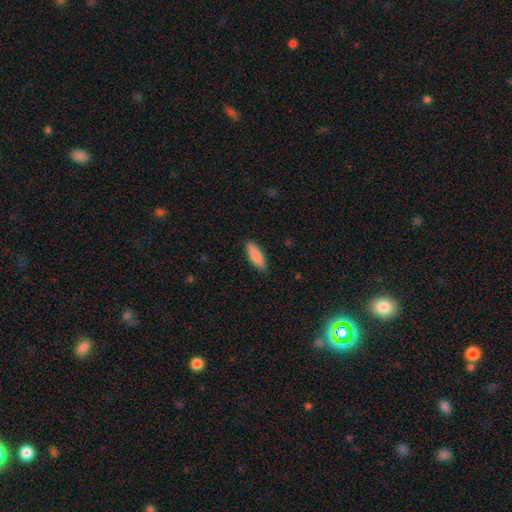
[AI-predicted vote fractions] A smooth galaxy with no disk features (86%) that is cigar-shaped (55%). Merging: none (87%).